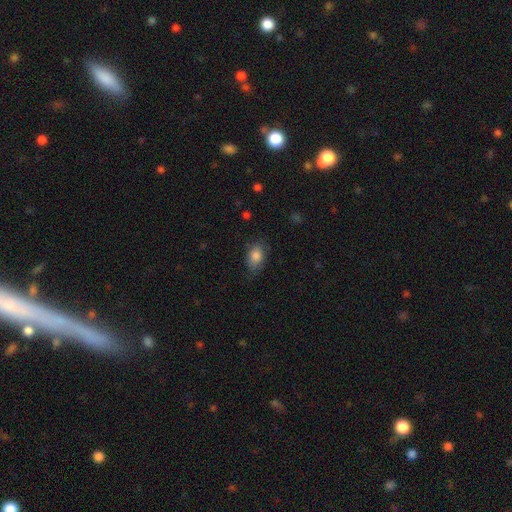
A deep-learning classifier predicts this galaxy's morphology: Q: Smooth or featured?
A: smooth (84%); runner-up: featured or disk (9%)
Q: How rounded?
A: in between (85%); runner-up: round (13%)
Q: Merging?
A: none (72%); runner-up: minor disturbance (22%)